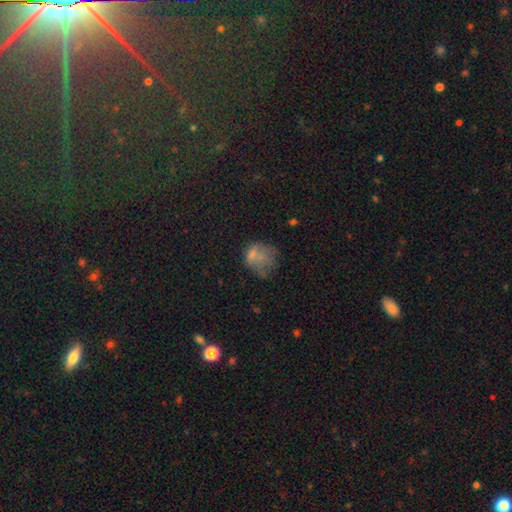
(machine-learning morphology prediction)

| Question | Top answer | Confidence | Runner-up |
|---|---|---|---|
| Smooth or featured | smooth | 58% | featured or disk (25%) |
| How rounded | round | 59% | in between (40%) |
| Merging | none | 36% | major disturbance (29%) |